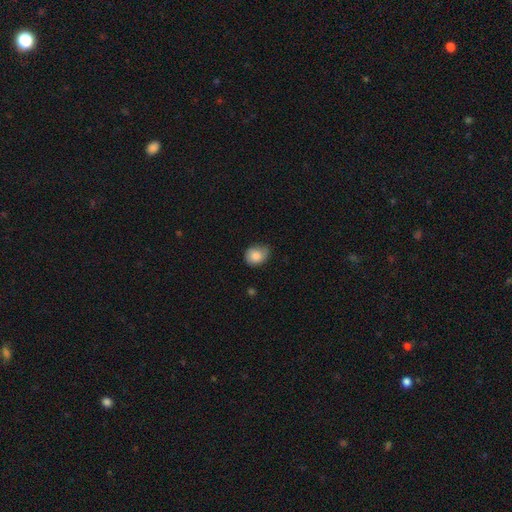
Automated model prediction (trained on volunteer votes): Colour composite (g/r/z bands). It shows a smooth galaxy with no disk features (83%) that is round (58%). Merging: none (55%).